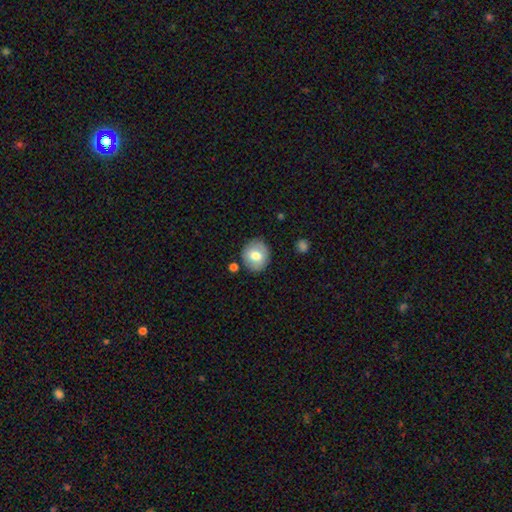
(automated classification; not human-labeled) smooth 72%, featured or disk 20%, star or artifact 8%. Down the decision tree: how rounded — round (76%); merging — none (82%).